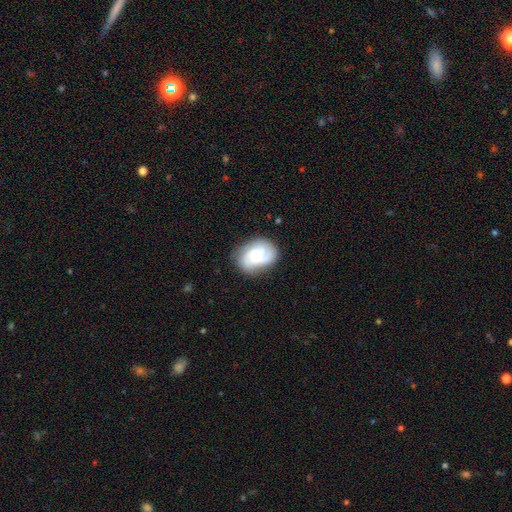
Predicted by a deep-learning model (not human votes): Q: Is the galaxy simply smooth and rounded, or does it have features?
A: featured or disk — 64%.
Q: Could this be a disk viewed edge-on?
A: no — 97%.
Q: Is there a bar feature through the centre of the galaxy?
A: no — 72%.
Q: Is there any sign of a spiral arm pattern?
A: yes — 89%.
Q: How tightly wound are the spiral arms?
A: tight — 42%.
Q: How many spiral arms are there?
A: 2 — 40%.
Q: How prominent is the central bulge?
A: moderate — 56%.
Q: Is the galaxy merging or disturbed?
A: none — 69%.